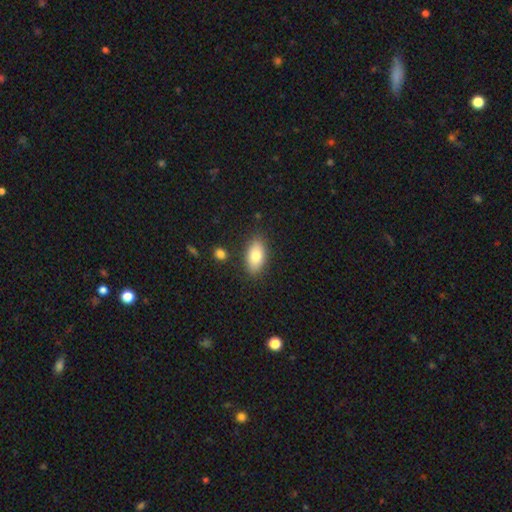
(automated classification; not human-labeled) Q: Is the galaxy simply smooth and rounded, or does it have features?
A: smooth — 79%.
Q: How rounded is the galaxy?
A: in between — 91%.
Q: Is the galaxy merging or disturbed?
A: none — 84%.